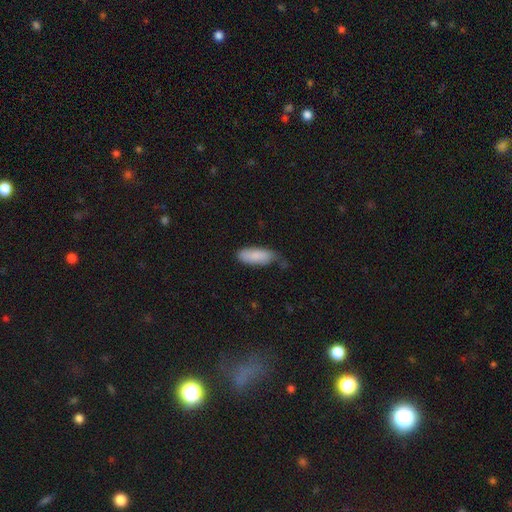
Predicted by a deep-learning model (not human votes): smooth 85%, featured or disk 10%, star or artifact 6%. Down the decision tree: how rounded — in between (78%); merging — none (46%).